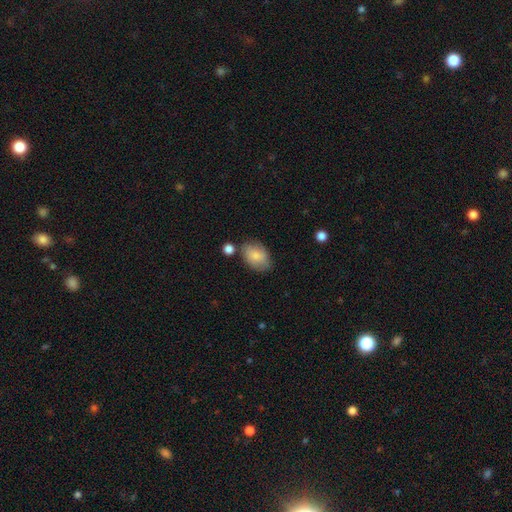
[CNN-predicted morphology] Smooth or featured? smooth (81%)
How rounded? in between (85%)
Merging? none (71%)